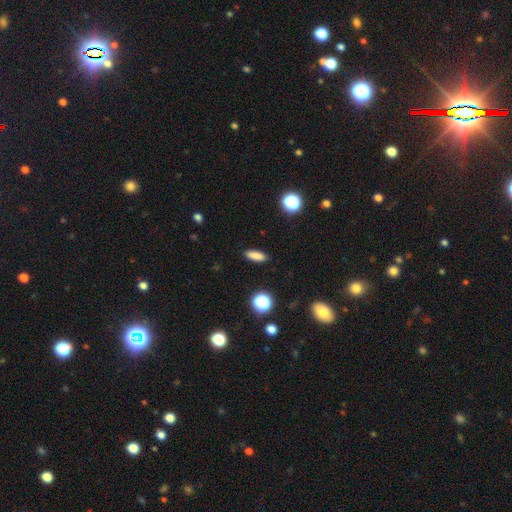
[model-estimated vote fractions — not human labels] Smooth or featured? smooth (83%)
How rounded? in between (50%)
Merging? none (90%)